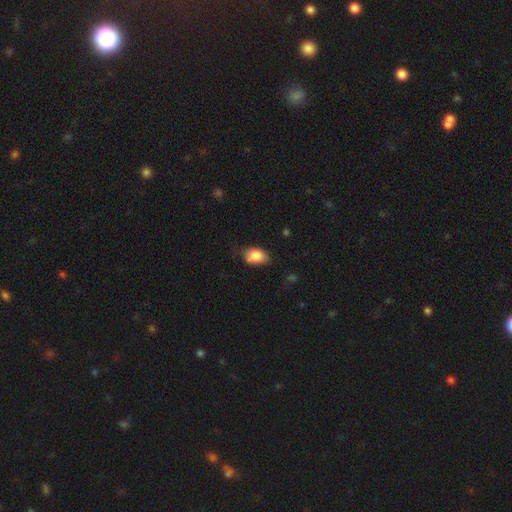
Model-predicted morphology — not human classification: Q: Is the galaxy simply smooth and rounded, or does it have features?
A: smooth — 84%.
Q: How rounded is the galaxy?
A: in between — 86%.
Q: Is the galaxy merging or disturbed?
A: none — 64%.